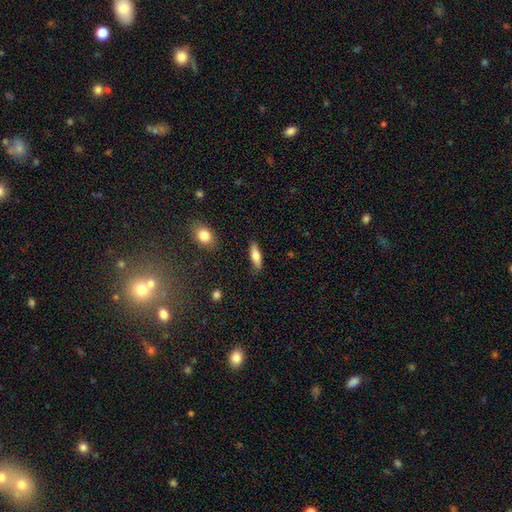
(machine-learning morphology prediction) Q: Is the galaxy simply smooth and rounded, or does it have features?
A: smooth — 71%.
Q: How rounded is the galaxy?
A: cigar-shaped — 57%.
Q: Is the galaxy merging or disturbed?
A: none — 85%.